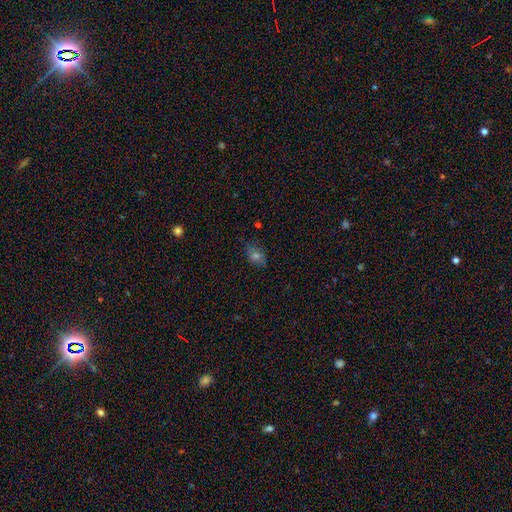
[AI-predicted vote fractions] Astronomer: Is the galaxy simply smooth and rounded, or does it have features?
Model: smooth — 56%.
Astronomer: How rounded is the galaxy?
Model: in between — 61%.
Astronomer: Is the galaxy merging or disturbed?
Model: none — 74%.